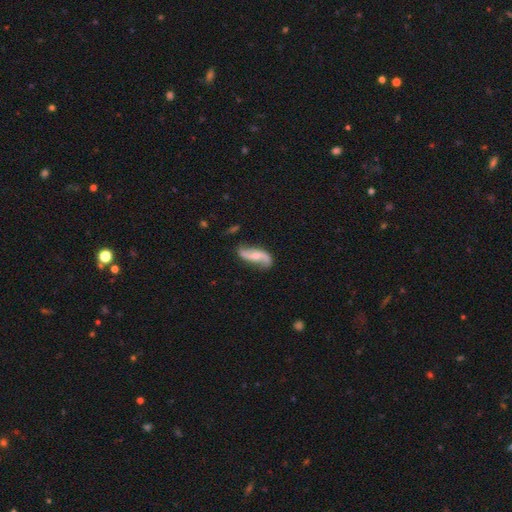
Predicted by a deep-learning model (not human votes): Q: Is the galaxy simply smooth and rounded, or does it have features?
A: featured or disk — 79%.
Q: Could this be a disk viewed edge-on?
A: no — 92%.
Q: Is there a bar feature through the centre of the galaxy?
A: no — 54%.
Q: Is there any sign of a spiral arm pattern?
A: yes — 93%.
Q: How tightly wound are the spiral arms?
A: loose — 83%.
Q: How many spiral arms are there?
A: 2 — 92%.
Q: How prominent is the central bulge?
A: small — 47%.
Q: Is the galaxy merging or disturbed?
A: none — 74%.